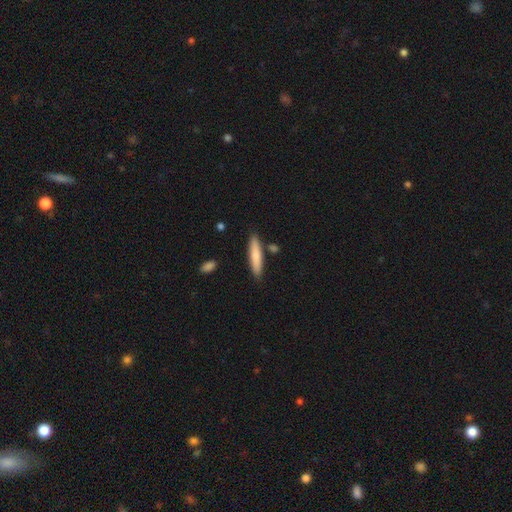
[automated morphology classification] Smooth or featured?
  - smooth: 78% *
  - featured or disk: 17%
  - star or artifact: 5%
How rounded?
  - cigar-shaped: 84% *
  - in between: 15%
  - round: 1%
Merging?
  - none: 84% *
  - minor disturbance: 10%
  - merger: 4%
  - major disturbance: 2%